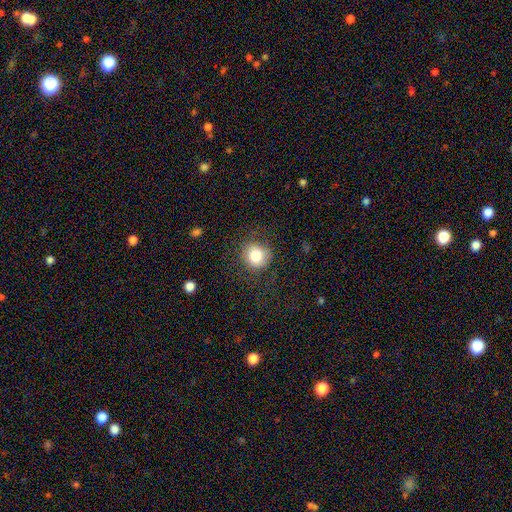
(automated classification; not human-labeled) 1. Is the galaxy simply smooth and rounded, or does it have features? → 82% smooth, 10% star or artifact, 9% featured or disk.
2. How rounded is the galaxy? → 89% round, 11% in between, 1% cigar-shaped.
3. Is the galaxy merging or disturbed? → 78% none, 14% minor disturbance, 7% major disturbance, 1% merger.